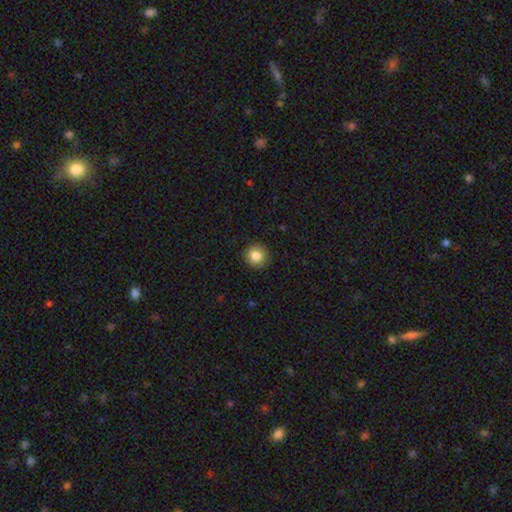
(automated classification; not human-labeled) smooth_or_featured: smooth (p=0.84) [alt: star or artifact p=0.09]
how_rounded: round (p=0.93) [alt: in between p=0.06]
merging: none (p=0.90) [alt: minor disturbance p=0.07]